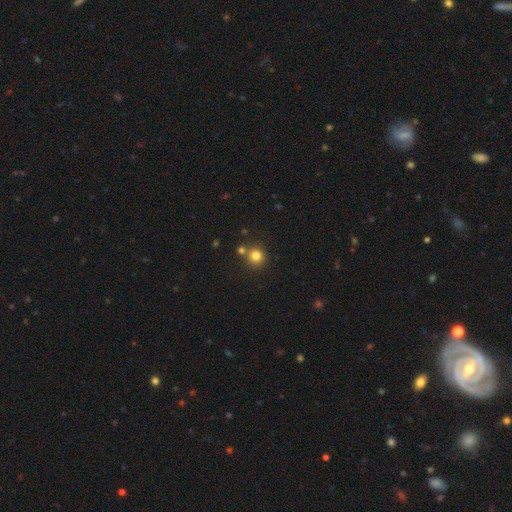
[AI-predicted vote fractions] Overall: smooth (81%). How rounded: round (92%). Merging: none (72%).